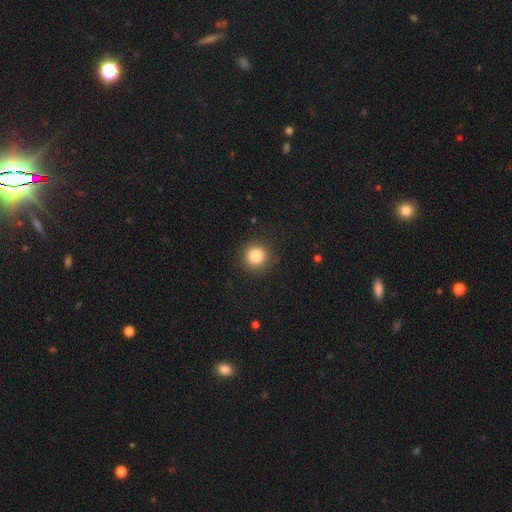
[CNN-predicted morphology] Smooth or featured: smooth — 85% (star or artifact — 10%)
How rounded: round — 94% (in between — 5%)
Merging: none — 89% (minor disturbance — 7%)